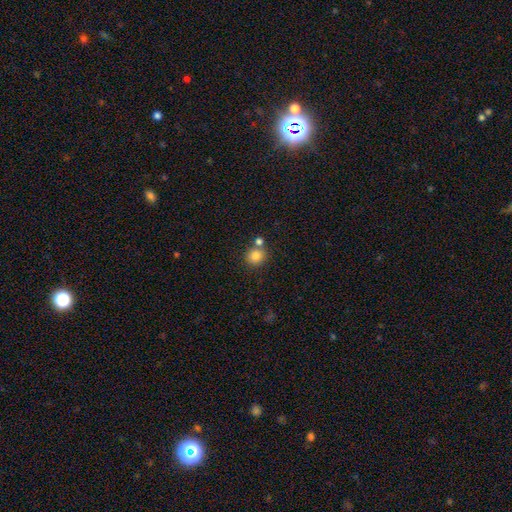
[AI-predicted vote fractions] Smooth or featured?
  - smooth: 83% *
  - star or artifact: 11%
  - featured or disk: 6%
How rounded?
  - round: 89% *
  - in between: 10%
  - cigar-shaped: 1%
Merging?
  - none: 69% *
  - merger: 21%
  - minor disturbance: 8%
  - major disturbance: 3%